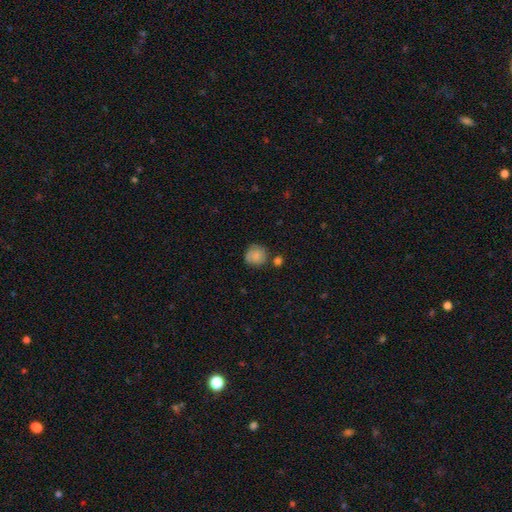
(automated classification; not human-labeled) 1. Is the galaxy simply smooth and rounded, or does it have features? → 80% smooth, 12% featured or disk, 8% star or artifact.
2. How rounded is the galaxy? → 87% round, 12% in between, 1% cigar-shaped.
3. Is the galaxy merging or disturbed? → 68% none, 18% minor disturbance, 9% merger, 5% major disturbance.